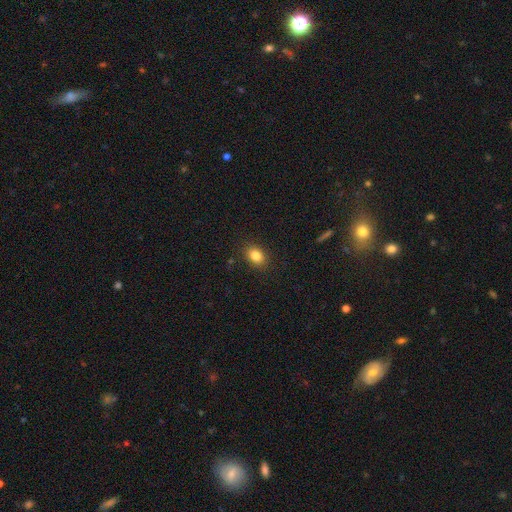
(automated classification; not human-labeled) Smooth or featured? Predicted: smooth (p=0.84). How rounded? Predicted: in between (p=0.70). Merging? Predicted: none (p=0.87).